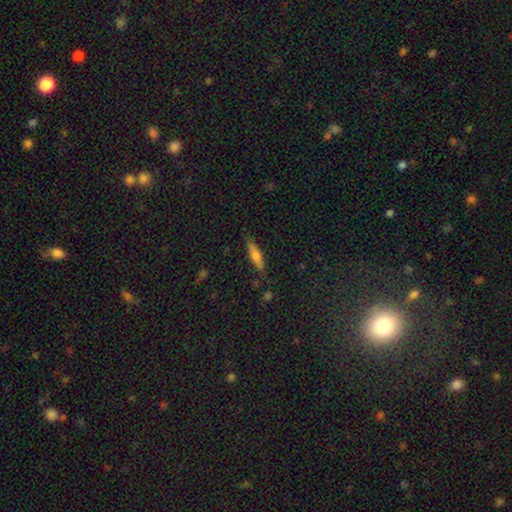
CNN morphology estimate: The model was most divided on "smooth or featured": smooth: 58%, featured or disk: 35%, star or artifact: 7%. More confident: merging — none (83%); how rounded — cigar-shaped (75%).